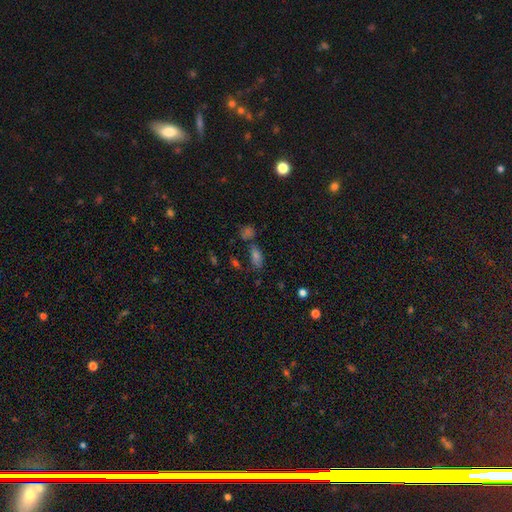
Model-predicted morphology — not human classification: Smooth or featured: smooth — 59% (star or artifact — 26%)
How rounded: in between — 80% (cigar-shaped — 10%)
Merging: none — 62% (merger — 17%)